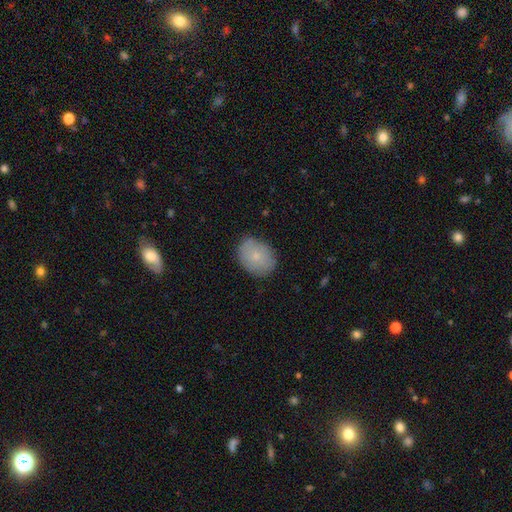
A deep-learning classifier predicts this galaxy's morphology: The model was most divided on "how rounded": in between: 59%, round: 40%, cigar-shaped: 1%. More confident: merging — none (81%); smooth or featured — smooth (76%).